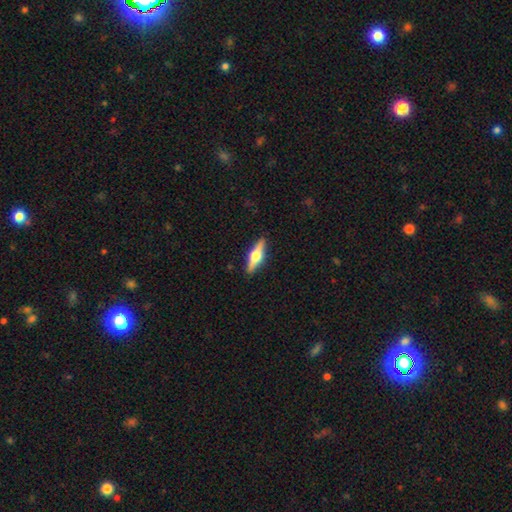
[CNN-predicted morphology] A featured or disk galaxy (67%) viewed edge-on (97%) with a rounded central bulge (95%). Merging: none (90%).